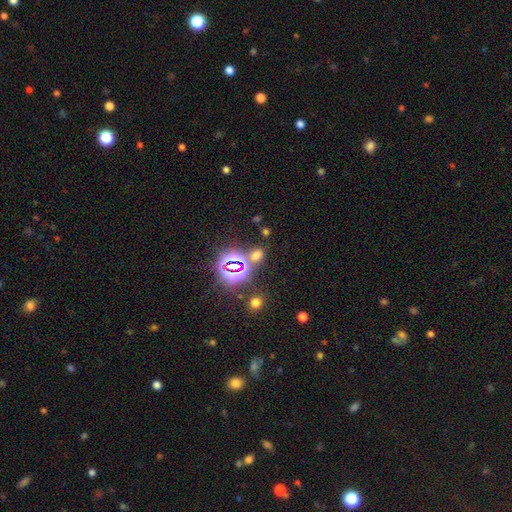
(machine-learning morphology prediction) This is possibly a star or artifact rather than a galaxy (49%).